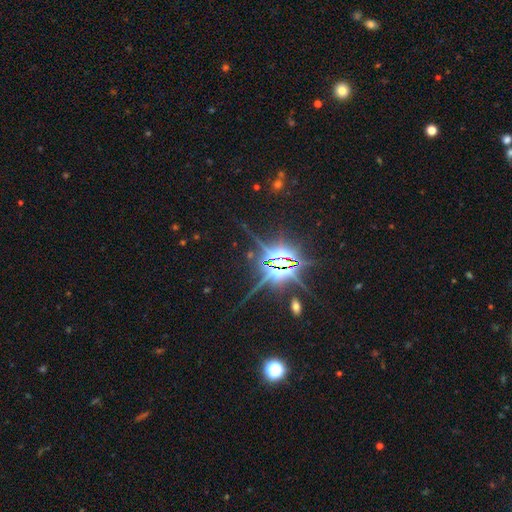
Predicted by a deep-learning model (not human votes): Smooth or featured? Predicted: star or artifact (p=0.86).